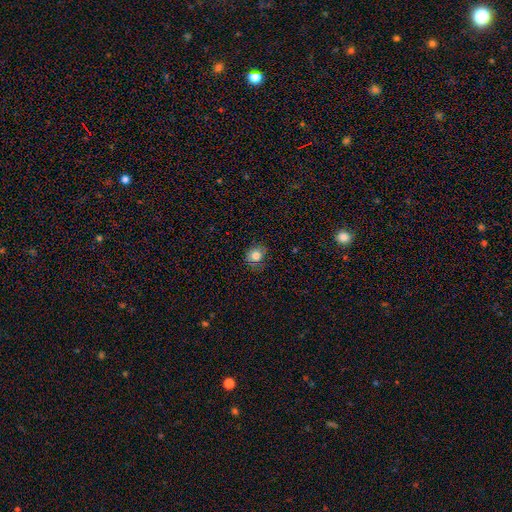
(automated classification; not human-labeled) This appears to be a smooth galaxy with no disk features (80%) that is round (77%). Merging: none (76%).